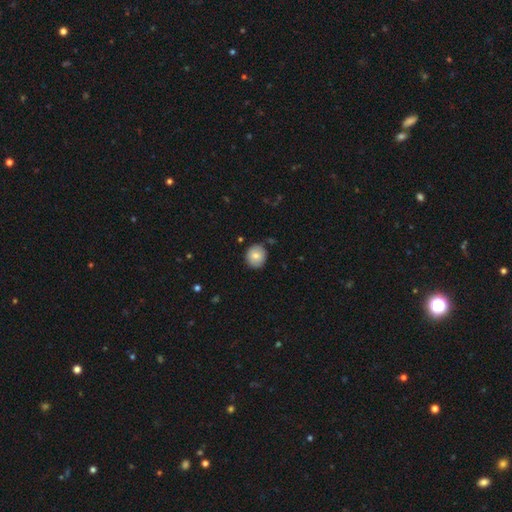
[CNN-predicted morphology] Smooth or featured? smooth (80%)
How rounded? round (80%)
Merging? none (84%)